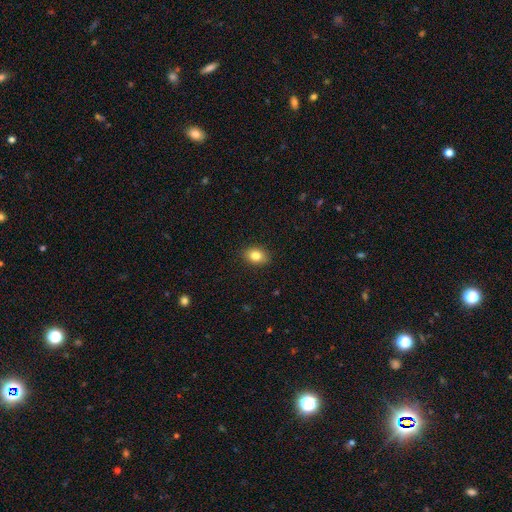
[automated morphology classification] Smooth or featured? smooth (83%)
How rounded? in between (73%)
Merging? none (88%)